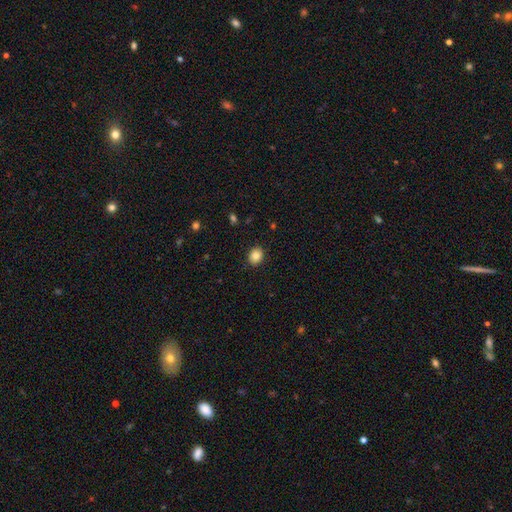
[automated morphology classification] This appears to be a smooth galaxy with no disk features (85%) that is in between round and cigar-shaped (50%). Merging: none (89%).